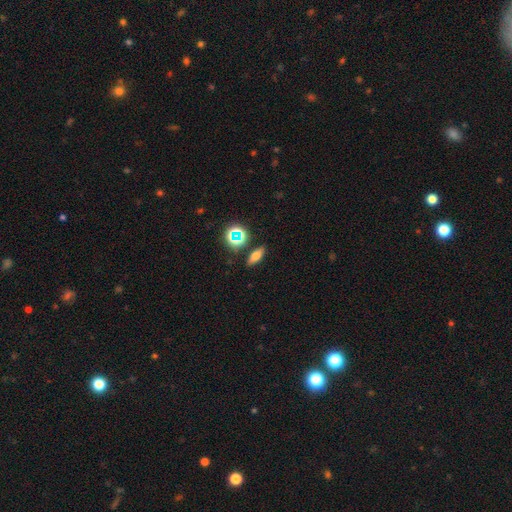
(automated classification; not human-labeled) A smooth galaxy with no disk features (60%) that is in between round and cigar-shaped (58%). Merging: none (85%).